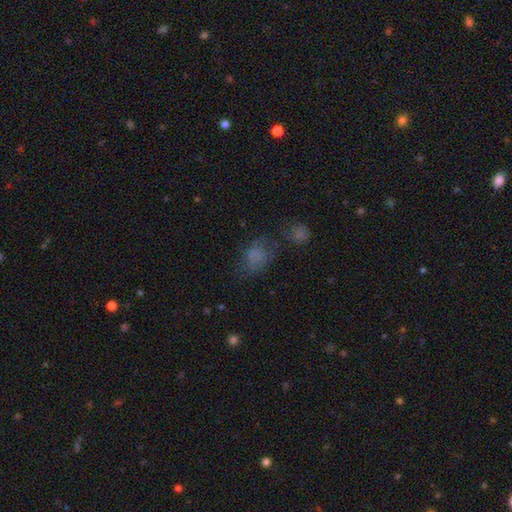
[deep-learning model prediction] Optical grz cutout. It shows a smooth galaxy with no disk features (67%) that is in between round and cigar-shaped (67%). Merging: none (45%).